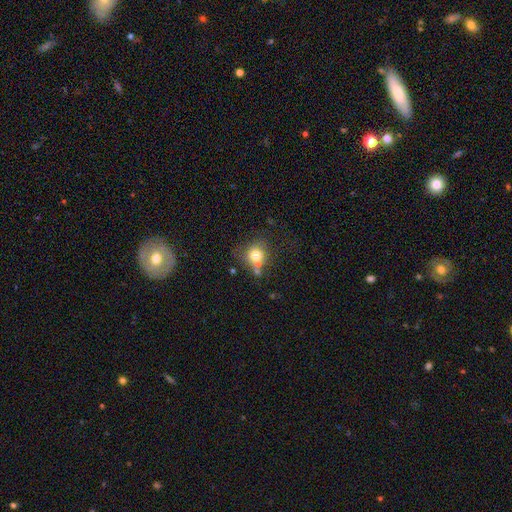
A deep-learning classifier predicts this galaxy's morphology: type=smooth (74%); roundness=round (81%); merging=none (50%).